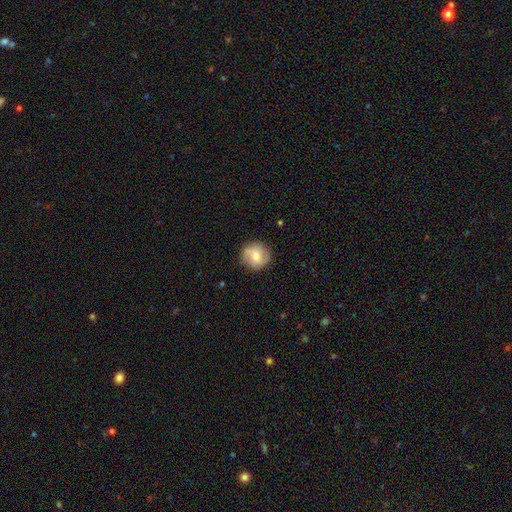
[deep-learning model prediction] The model was most divided on "smooth or featured": smooth: 49%, featured or disk: 44%, star or artifact: 8%. More confident: merging — none (83%).